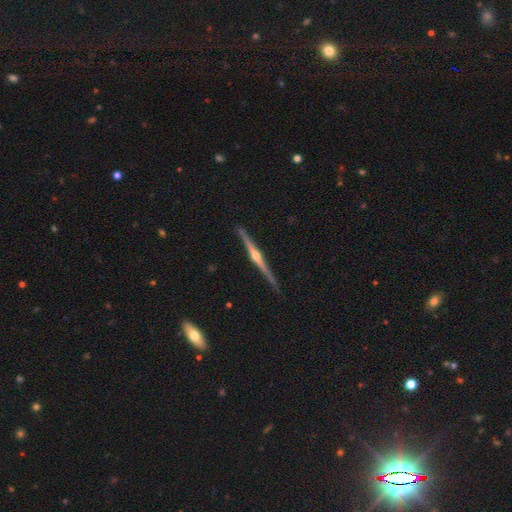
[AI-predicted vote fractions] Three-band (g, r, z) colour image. It shows a featured or disk galaxy (85%) viewed edge-on (99%) with a rounded central bulge (93%). Merging: none (89%).